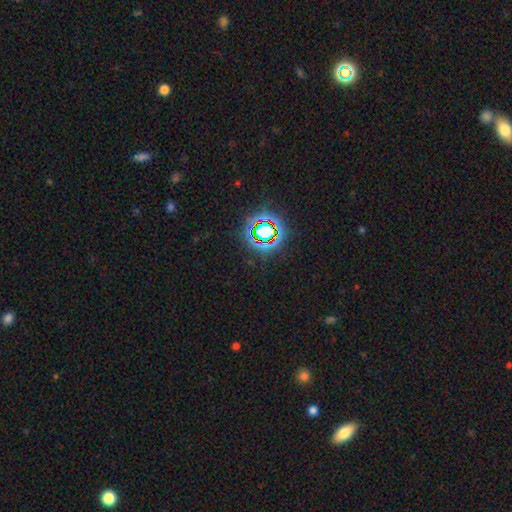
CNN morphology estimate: The model was most divided on "smooth or featured": star or artifact: 73%, smooth: 16%, featured or disk: 10%.